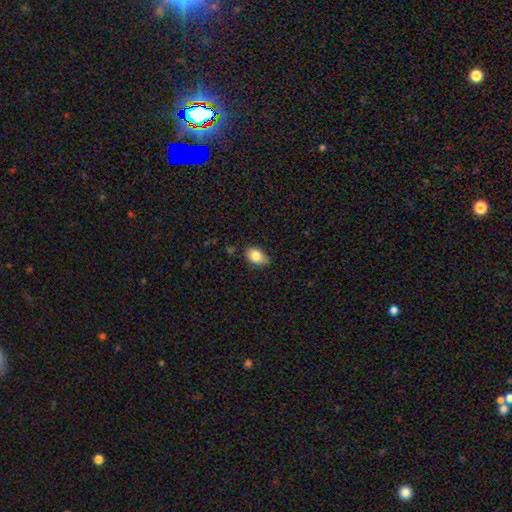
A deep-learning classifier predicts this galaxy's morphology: A smooth galaxy with no disk features (84%) that is in between round and cigar-shaped (84%).

Vote fractions:
- Smooth or featured? smooth: 84% / featured or disk: 8% / star or artifact: 8%
- How rounded? in between: 84% / round: 15% / cigar-shaped: 1%
- Merging? none: 77% / minor disturbance: 19% / major disturbance: 3% / merger: 2%